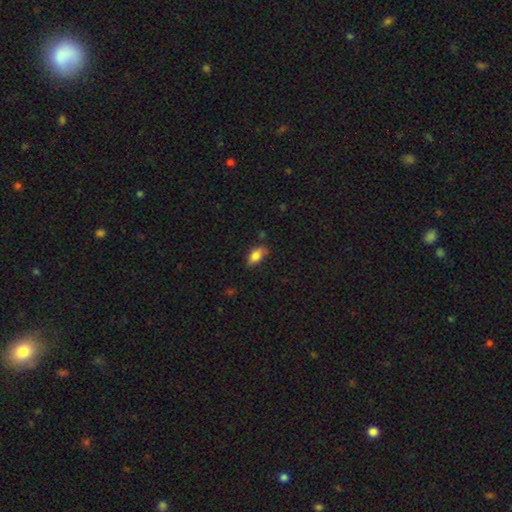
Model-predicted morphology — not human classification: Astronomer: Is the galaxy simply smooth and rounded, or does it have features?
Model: smooth — 78%.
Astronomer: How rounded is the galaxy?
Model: in between — 86%.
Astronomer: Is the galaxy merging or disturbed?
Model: none — 71%.